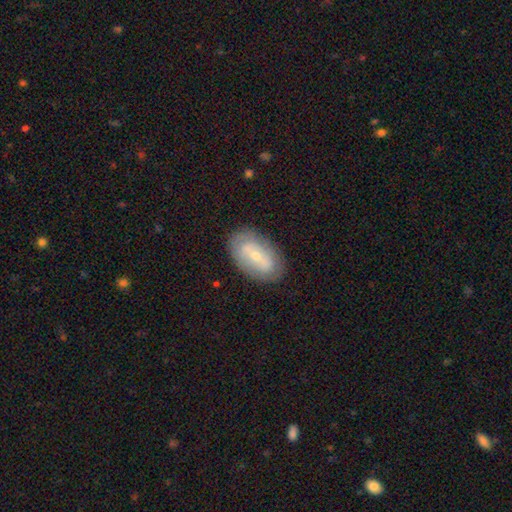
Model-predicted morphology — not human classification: Smooth or featured: featured or disk — 53% (smooth — 41%)
Edge-on disk: no — 91% (yes — 9%)
Merging: none — 81% (minor disturbance — 13%)